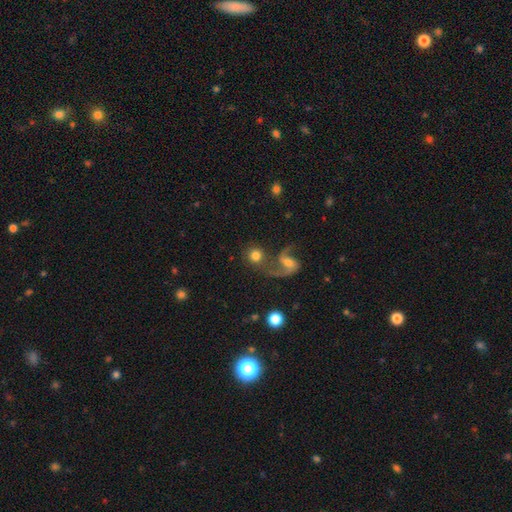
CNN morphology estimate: Smooth or featured? smooth (66%)
How rounded? round (87%)
Merging? none (52%)